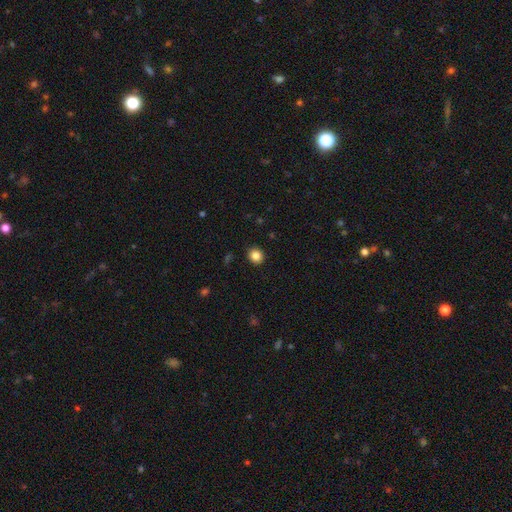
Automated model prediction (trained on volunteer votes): The model was most divided on "how rounded": round: 81%, in between: 18%, cigar-shaped: 1%. More confident: merging — none (91%); smooth or featured — smooth (85%).